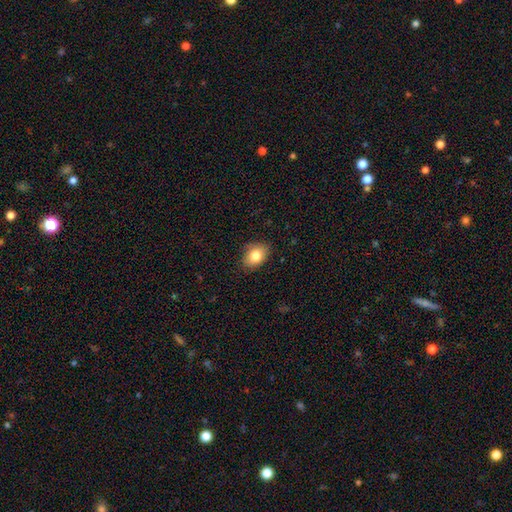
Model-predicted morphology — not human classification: This appears to be a smooth galaxy with no disk features (82%) that is in between round and cigar-shaped (76%). Merging: none (83%).